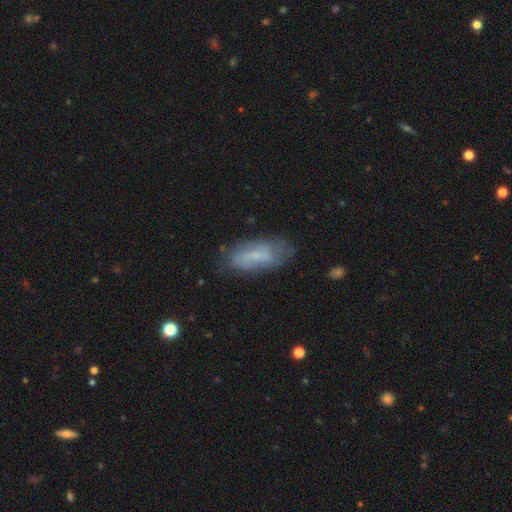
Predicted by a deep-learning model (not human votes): smooth_or_featured: smooth (p=0.60) [alt: featured or disk p=0.31]
how_rounded: in between (p=0.77) [alt: cigar-shaped p=0.21]
merging: none (p=0.66) [alt: minor disturbance p=0.24]